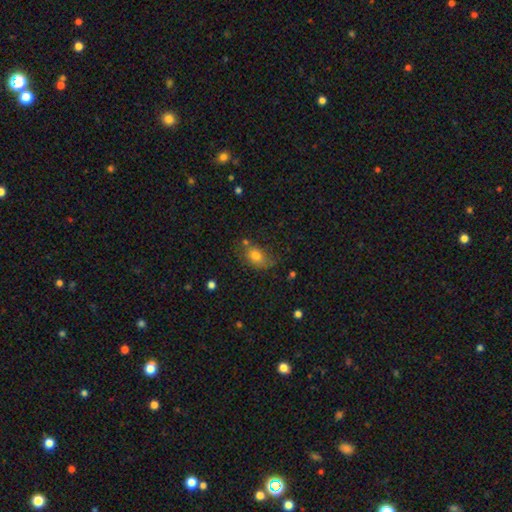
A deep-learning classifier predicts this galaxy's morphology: The model was most divided on "merging": none: 62%, minor disturbance: 23%, major disturbance: 8%, merger: 8%. More confident: smooth or featured — smooth (76%); how rounded — in between (74%).